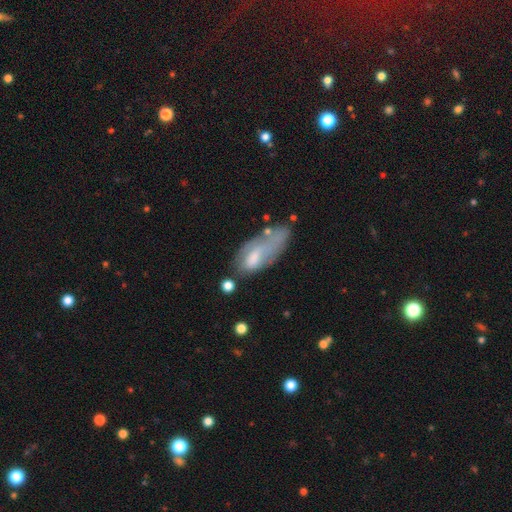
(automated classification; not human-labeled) smooth-or-featured: smooth: 58% | featured or disk: 34% | star or artifact: 8%
  how-rounded: in between: 78% | cigar-shaped: 19% | round: 2%
  merging: none: 34% | minor disturbance: 30% | major disturbance: 26% | merger: 10%